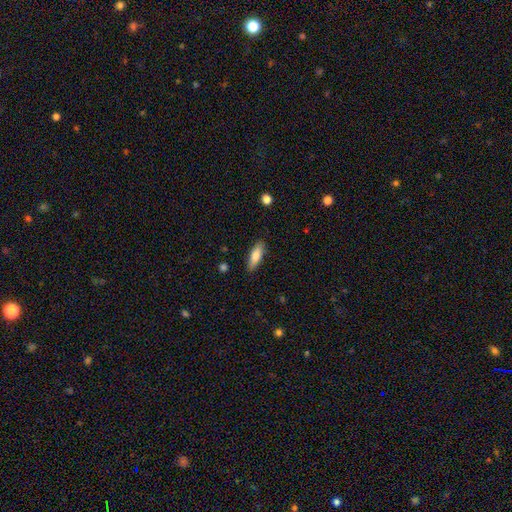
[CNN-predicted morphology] smooth_or_featured: smooth (p=0.76) [alt: featured or disk p=0.17]
how_rounded: in between (p=0.55) [alt: cigar-shaped p=0.43]
merging: none (p=0.87) [alt: minor disturbance p=0.10]